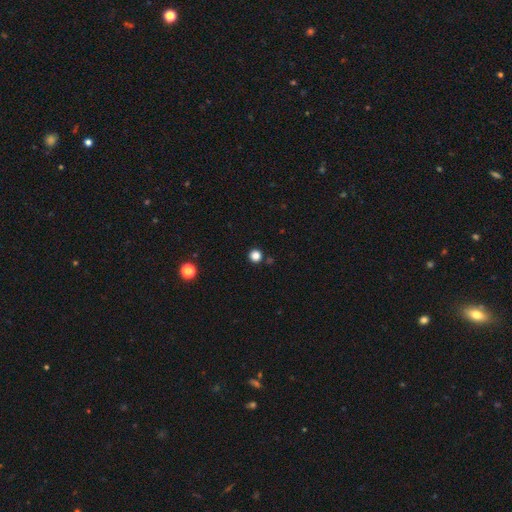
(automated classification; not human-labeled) A smooth galaxy with no disk features (82%) that is round (96%). Merging: none (90%).